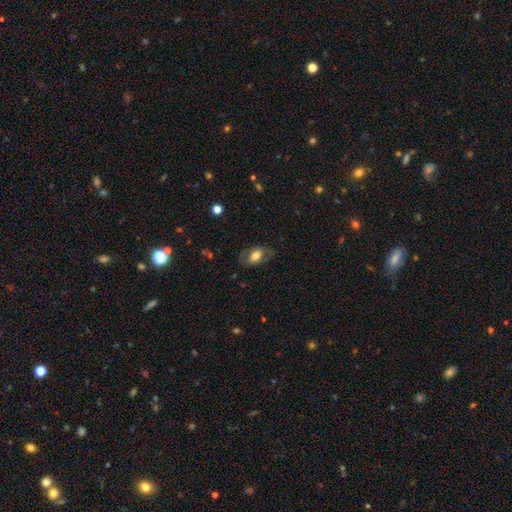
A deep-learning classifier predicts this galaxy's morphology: Smooth or featured? smooth (57%)
How rounded? in between (86%)
Merging? none (74%)